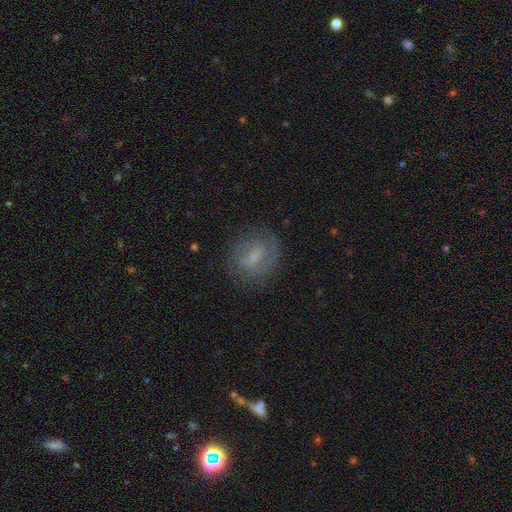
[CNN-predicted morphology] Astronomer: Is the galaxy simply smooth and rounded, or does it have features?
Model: featured or disk — 70%.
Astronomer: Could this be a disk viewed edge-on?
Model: no — 97%.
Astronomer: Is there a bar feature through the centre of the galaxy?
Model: weak — 59%.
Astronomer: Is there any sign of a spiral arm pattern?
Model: yes — 90%.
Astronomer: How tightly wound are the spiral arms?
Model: tight — 51% (runner-up: medium, 39%).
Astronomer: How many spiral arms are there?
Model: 2 — 67%.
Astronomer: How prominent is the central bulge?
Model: small — 48% (runner-up: moderate, 30%).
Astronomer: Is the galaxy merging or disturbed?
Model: none — 78%.